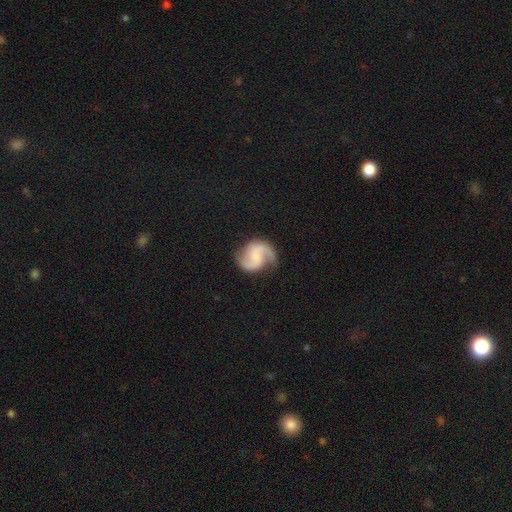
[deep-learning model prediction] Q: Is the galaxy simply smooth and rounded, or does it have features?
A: featured or disk — 85%.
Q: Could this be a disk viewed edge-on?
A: no — 98%.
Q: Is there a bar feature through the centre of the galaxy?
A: no — 48%.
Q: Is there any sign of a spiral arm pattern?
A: yes — 97%.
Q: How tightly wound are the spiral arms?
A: medium — 52%.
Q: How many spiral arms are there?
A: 2 — 90%.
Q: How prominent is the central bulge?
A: small — 51%.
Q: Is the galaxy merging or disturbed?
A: none — 74%.